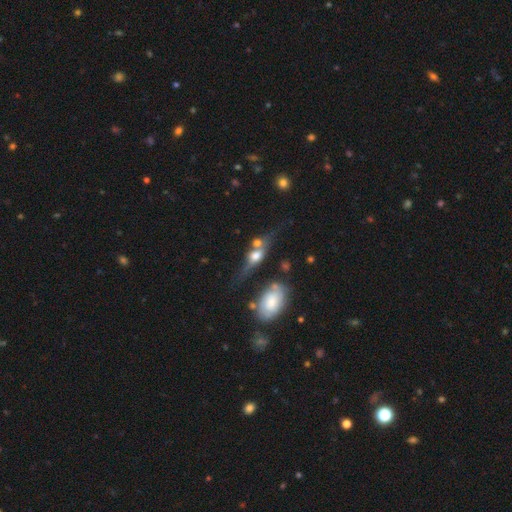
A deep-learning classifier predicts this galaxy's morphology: Overall: featured or disk (47%; smooth 42%). Merging: none (45%; merger 22%).